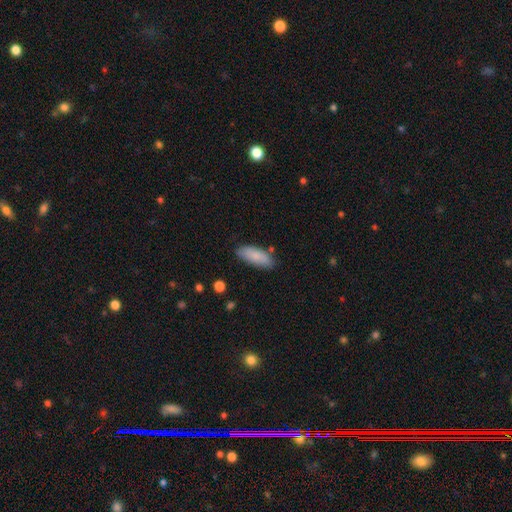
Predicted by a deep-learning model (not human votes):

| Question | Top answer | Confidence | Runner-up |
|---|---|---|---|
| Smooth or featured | smooth | 85% | featured or disk (9%) |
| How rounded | in between | 76% | cigar-shaped (22%) |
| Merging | none | 78% | minor disturbance (16%) |